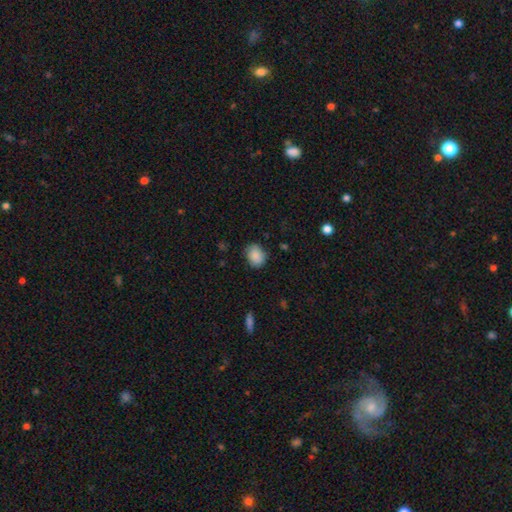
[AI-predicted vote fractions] Smooth or featured? smooth (88%)
How rounded? round (51%)
Merging? none (77%)